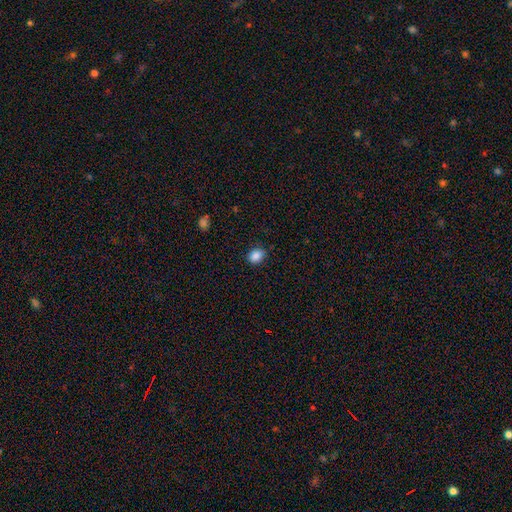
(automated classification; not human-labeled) A smooth galaxy with no disk features (87%) that is in between round and cigar-shaped (51%).

Vote fractions:
- Smooth or featured? smooth: 87% / star or artifact: 10% / featured or disk: 3%
- How rounded? in between: 51% / round: 48% / cigar-shaped: 1%
- Merging? none: 85% / minor disturbance: 11% / major disturbance: 2% / merger: 1%